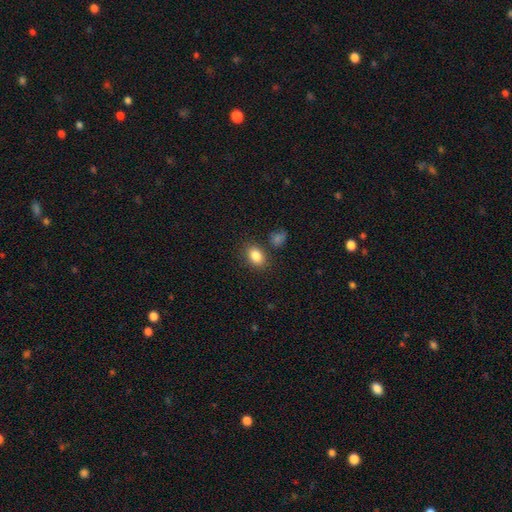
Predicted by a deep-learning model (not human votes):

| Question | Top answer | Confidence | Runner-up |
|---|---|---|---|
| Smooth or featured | smooth | 85% | star or artifact (9%) |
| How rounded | in between | 74% | round (25%) |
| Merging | none | 80% | minor disturbance (11%) |